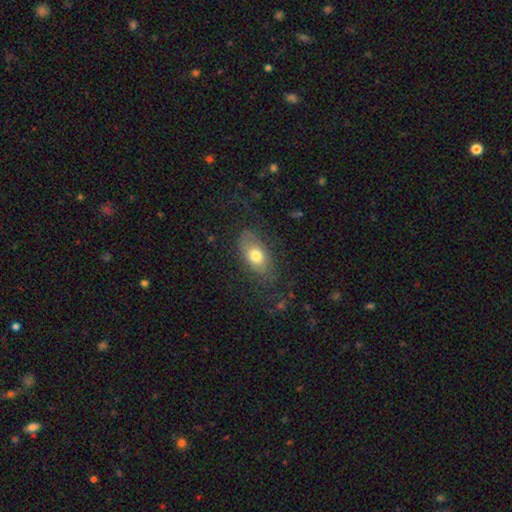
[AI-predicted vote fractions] Smooth or featured? smooth (59%)
How rounded? in between (87%)
Merging? none (66%)